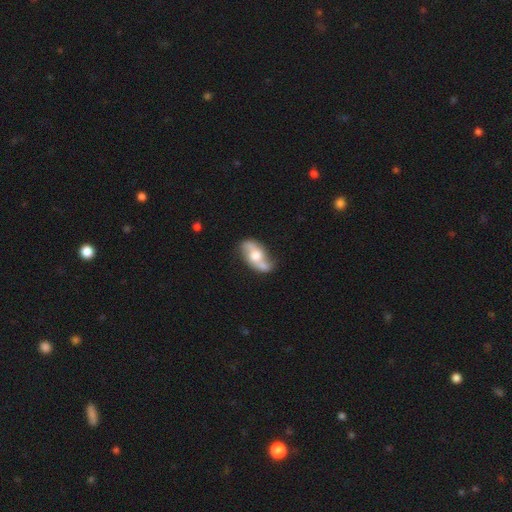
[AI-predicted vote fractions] Overall: featured or disk (69%). Edge-on disk: no (88%). Bar: no (55%; weak 32%). Spiral arms: yes (83%). Spiral arm count: 2 (89%). Spiral winding: loose (63%; medium 28%). Bulge size: moderate (53%; large 28%). Merging: none (61%).